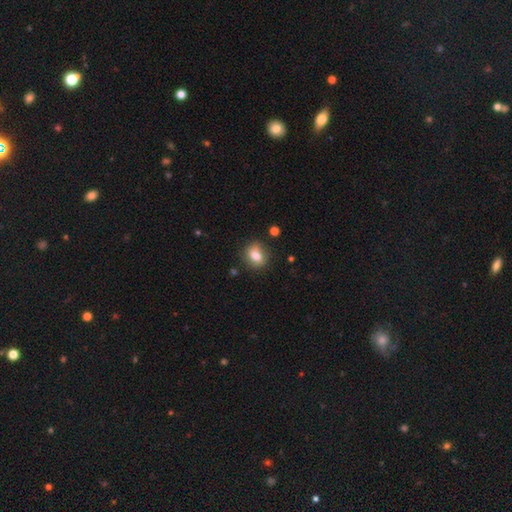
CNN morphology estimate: Smooth or featured?
  - smooth: 76% *
  - featured or disk: 15%
  - star or artifact: 9%
How rounded?
  - round: 54% *
  - in between: 45%
  - cigar-shaped: 1%
Merging?
  - none: 79% *
  - minor disturbance: 14%
  - major disturbance: 4%
  - merger: 3%